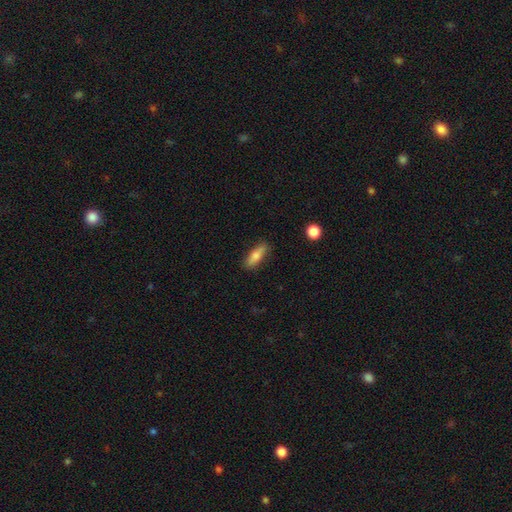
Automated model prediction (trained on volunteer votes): A smooth galaxy with no disk features (73%) that is in between round and cigar-shaped (51%).

Vote fractions:
- Smooth or featured? smooth: 73% / featured or disk: 20% / star or artifact: 7%
- How rounded? in between: 51% / cigar-shaped: 47% / round: 3%
- Merging? none: 83% / minor disturbance: 13% / major disturbance: 2% / merger: 1%